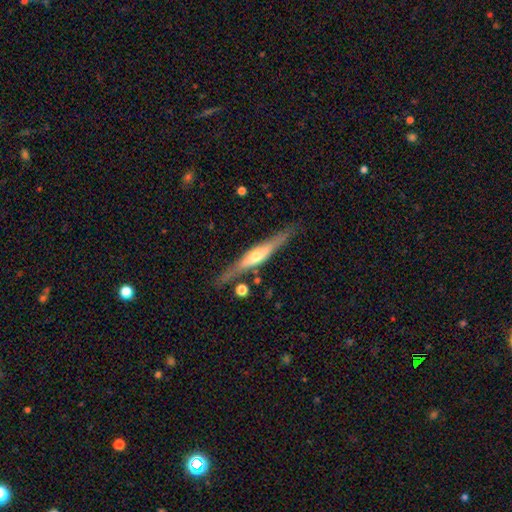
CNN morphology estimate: This is likely a featured or disk galaxy (71%). It is clearly viewed edge-on (95%). Edge-on bulge: clearly rounded (84%). Merging: clearly none (80%).